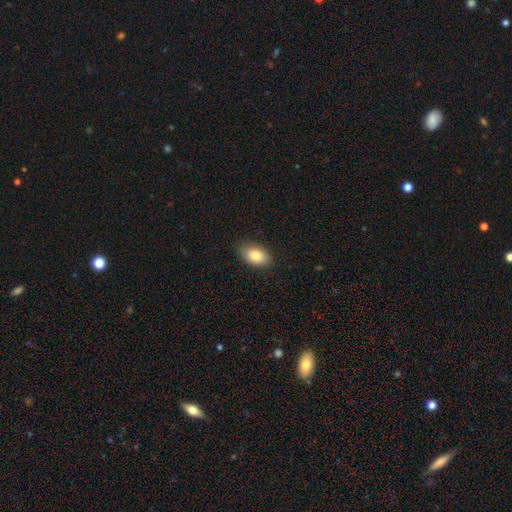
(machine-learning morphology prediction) type=smooth (82%); roundness=in between (90%); merging=none (82%).